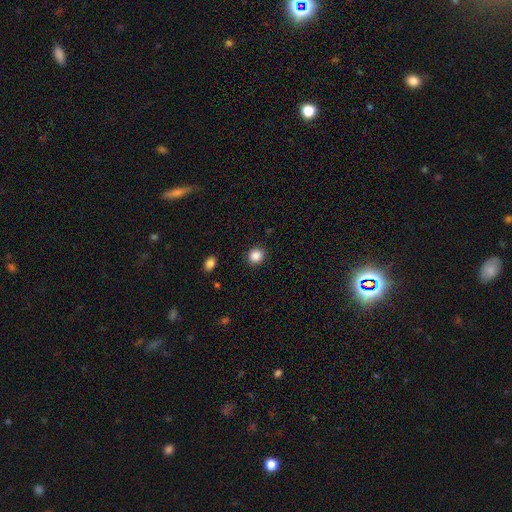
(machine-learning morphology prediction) This appears to be a smooth galaxy with no disk features (87%) that is round (83%). Merging: none (90%).